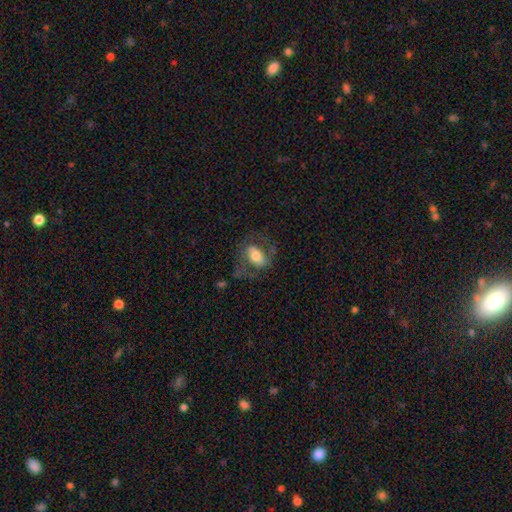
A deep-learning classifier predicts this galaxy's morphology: This is possibly a smooth galaxy (54%). How rounded: clearly in between (83%). Merging: possibly none (53%).